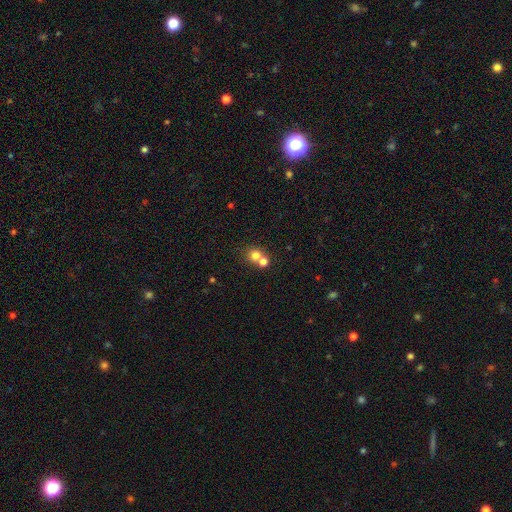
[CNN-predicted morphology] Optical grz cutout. It shows a smooth galaxy with no disk features (75%) that is round (83%). Merging: merger (51%).